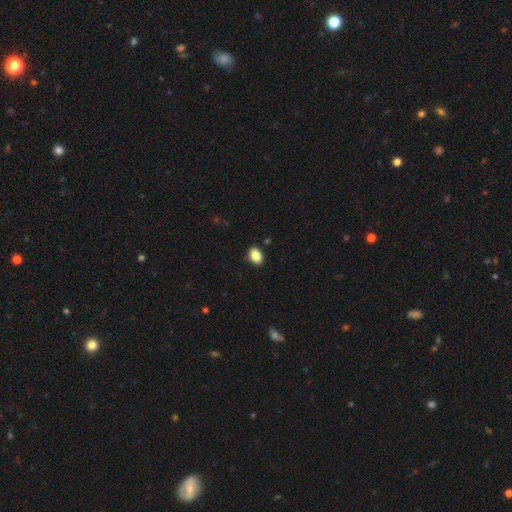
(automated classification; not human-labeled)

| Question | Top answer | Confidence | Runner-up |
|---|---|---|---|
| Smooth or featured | smooth | 86% | star or artifact (8%) |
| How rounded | in between | 77% | round (22%) |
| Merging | none | 89% | minor disturbance (8%) |